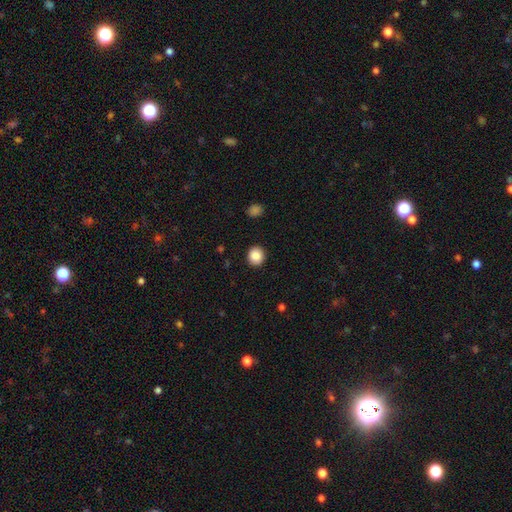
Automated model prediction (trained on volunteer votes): Smooth or featured? smooth (87%)
How rounded? round (82%)
Merging? none (91%)